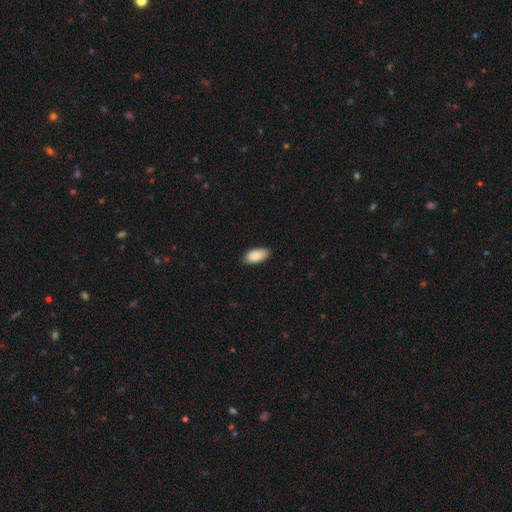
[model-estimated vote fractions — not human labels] Smooth or featured? Predicted: smooth (p=0.88). How rounded? Predicted: in between (p=0.93). Merging? Predicted: none (p=0.84).